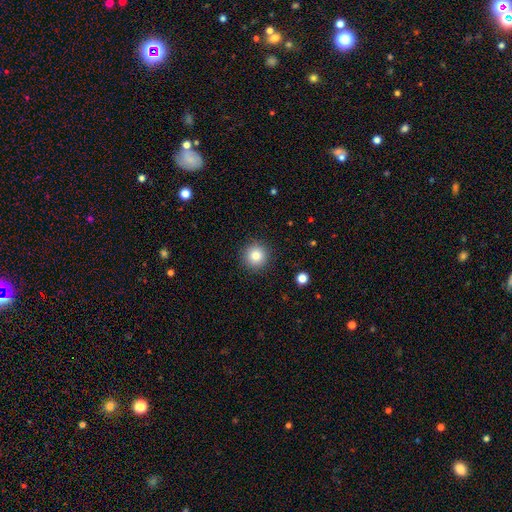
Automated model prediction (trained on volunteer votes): The model was most divided on "smooth or featured": smooth: 83%, star or artifact: 10%, featured or disk: 7%. More confident: how rounded — round (95%); merging — none (91%).